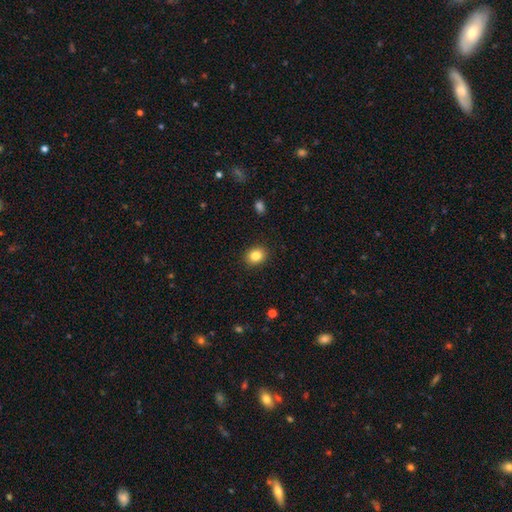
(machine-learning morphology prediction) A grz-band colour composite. It shows a smooth galaxy with no disk features (84%) that is round (57%). Merging: none (90%).